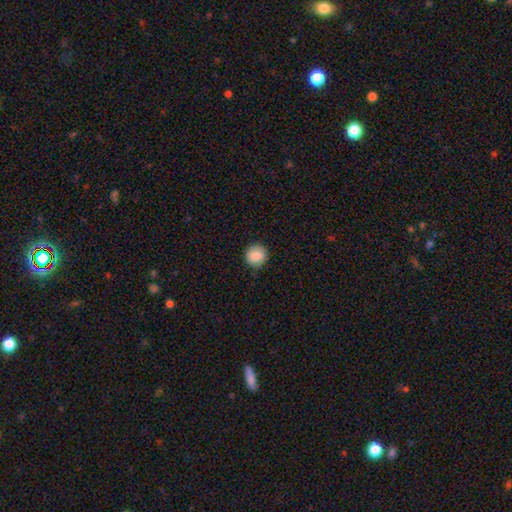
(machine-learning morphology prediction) smooth 86%, star or artifact 8%, featured or disk 5%. Down the decision tree: how rounded — round (94%); merging — none (87%).